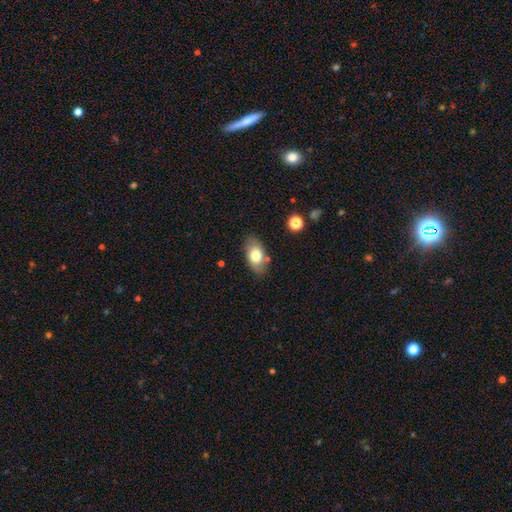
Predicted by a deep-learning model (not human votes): The model was most divided on "smooth or featured": smooth: 75%, featured or disk: 18%, star or artifact: 7%. More confident: how rounded — in between (90%); merging — none (80%).